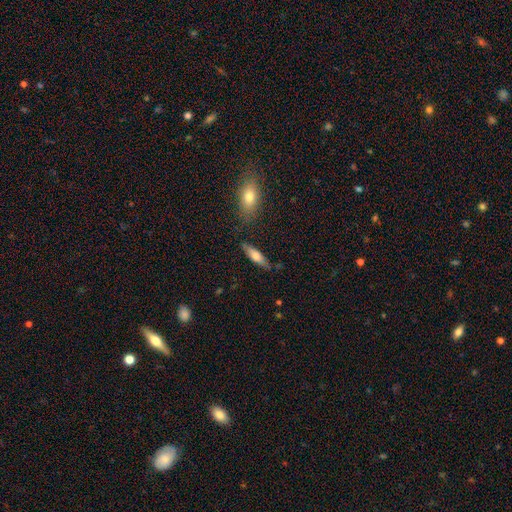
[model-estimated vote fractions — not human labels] A smooth galaxy with no disk features (60%) that is cigar-shaped (61%). Merging: none (78%).